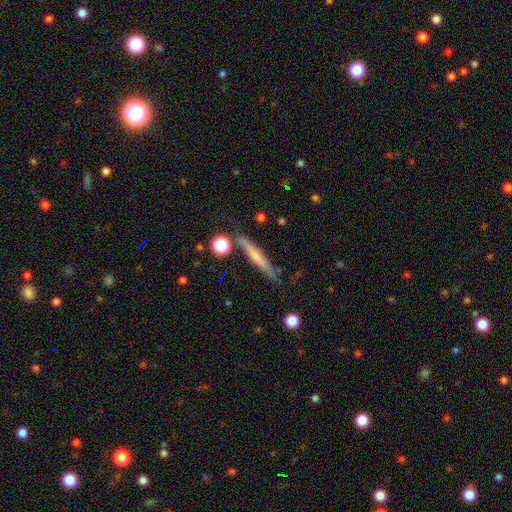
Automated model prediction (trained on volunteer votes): A featured or disk galaxy (50%). Merging: none (81%).